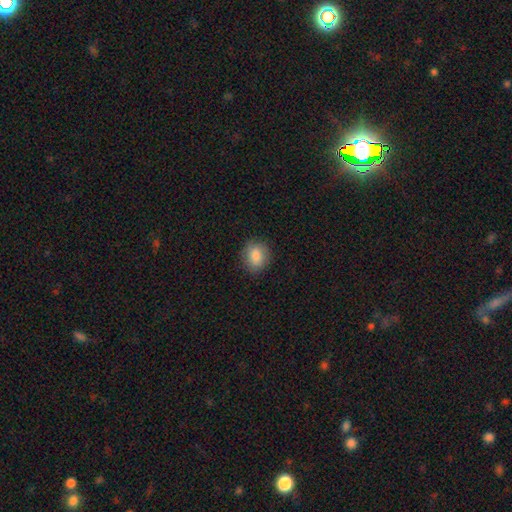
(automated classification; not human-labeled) This is clearly a smooth galaxy (84%). How rounded: possibly round (60%). Merging: clearly none (85%).